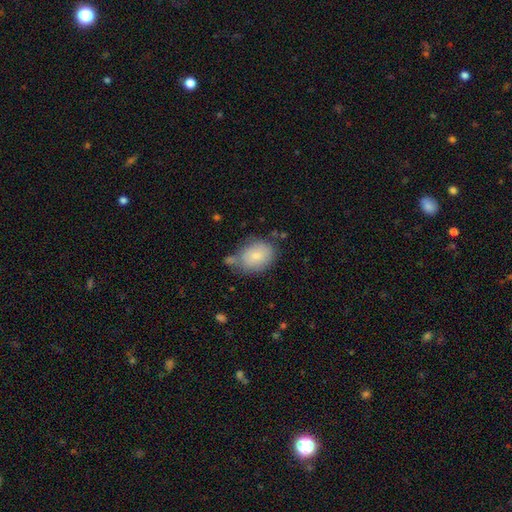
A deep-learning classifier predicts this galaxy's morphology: Smooth or featured? Predicted: smooth (p=0.80). How rounded? Predicted: in between (p=0.66). Merging? Predicted: none (p=0.58).